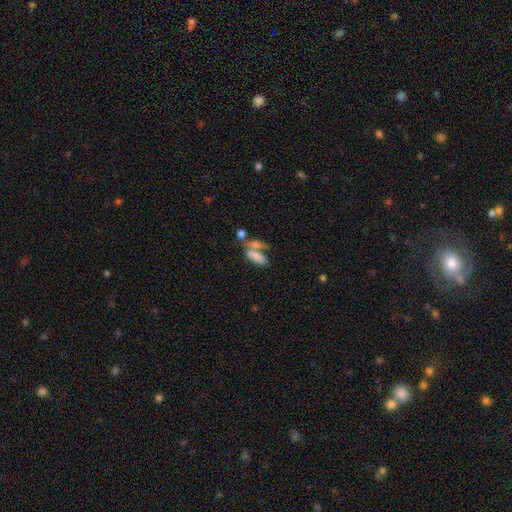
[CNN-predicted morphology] The model was most divided on "merging": merger: 52%, none: 28%, minor disturbance: 11%, major disturbance: 9%. More confident: how rounded — in between (76%); smooth or featured — smooth (75%).